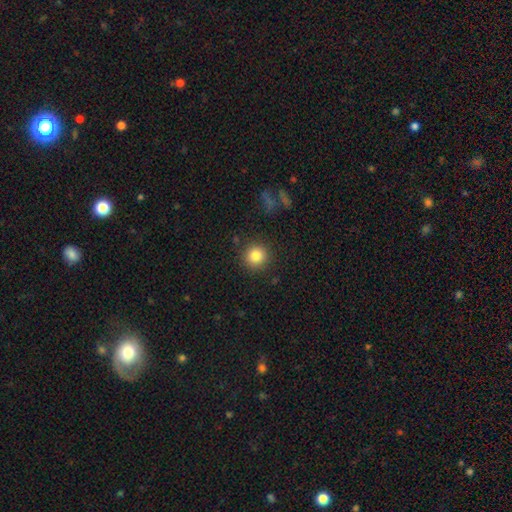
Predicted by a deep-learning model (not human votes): Overall: smooth (83%). How rounded: round (93%). Merging: none (89%).